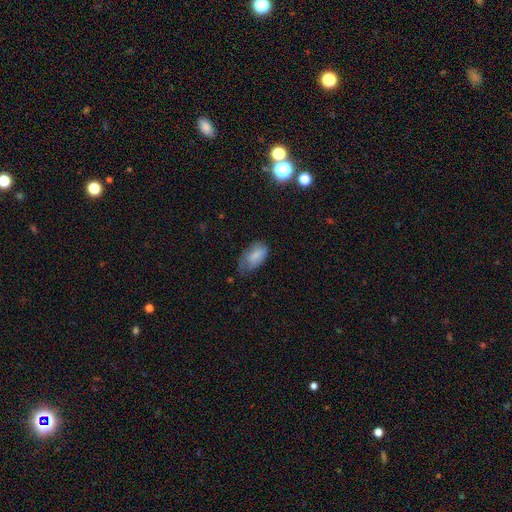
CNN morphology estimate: smooth_or_featured: smooth (p=0.78) [alt: featured or disk p=0.14]
how_rounded: in between (p=0.93) [alt: round p=0.04]
merging: minor disturbance (p=0.41) [tied with: none p=0.41]